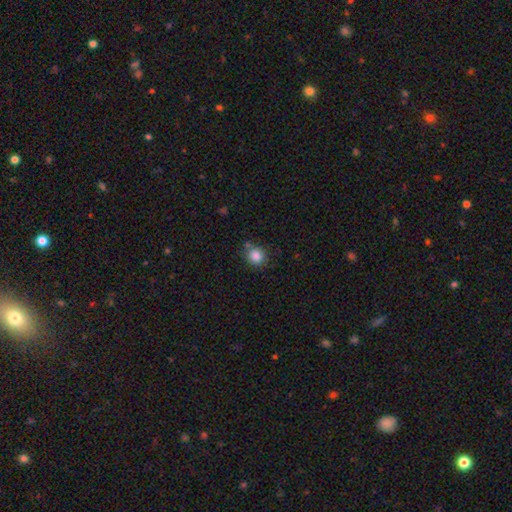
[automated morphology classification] Overall: smooth (85%). How rounded: round (83%). Merging: none (72%).